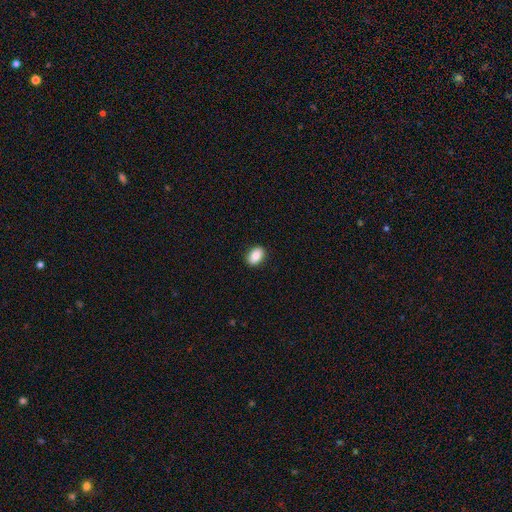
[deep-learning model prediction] Smooth or featured?
  - smooth: 85% *
  - star or artifact: 8%
  - featured or disk: 7%
How rounded?
  - in between: 84% *
  - round: 15%
  - cigar-shaped: 1%
Merging?
  - none: 90% *
  - minor disturbance: 7%
  - major disturbance: 2%
  - merger: 1%